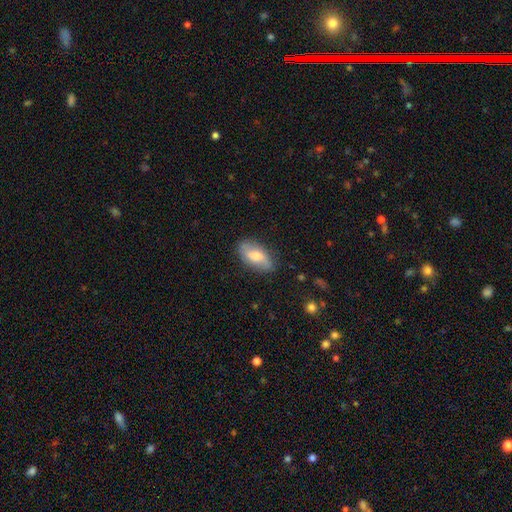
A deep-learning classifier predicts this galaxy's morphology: Smooth or featured?
  - smooth: 56% *
  - featured or disk: 37%
  - star or artifact: 7%
How rounded?
  - in between: 90% *
  - cigar-shaped: 6%
  - round: 4%
Merging?
  - none: 81% *
  - minor disturbance: 15%
  - major disturbance: 3%
  - merger: 1%